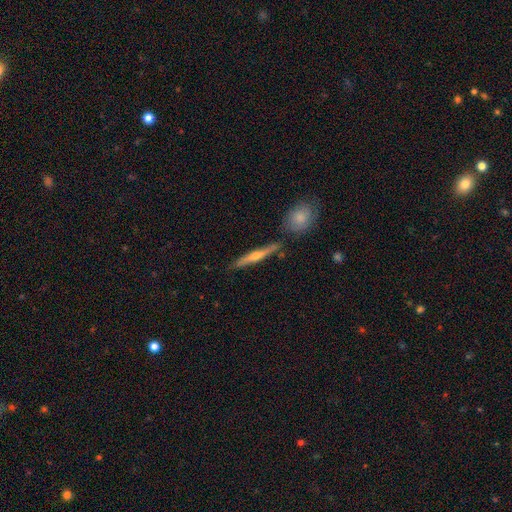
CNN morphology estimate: smooth-or-featured: featured or disk: 64% | smooth: 30% | star or artifact: 7%
  disk-edge-on: yes: 96% | no: 4%
    edge-on-bulge: rounded: 84% | none: 12% | boxy: 4%
  merging: none: 84% | minor disturbance: 9% | merger: 6% | major disturbance: 2%